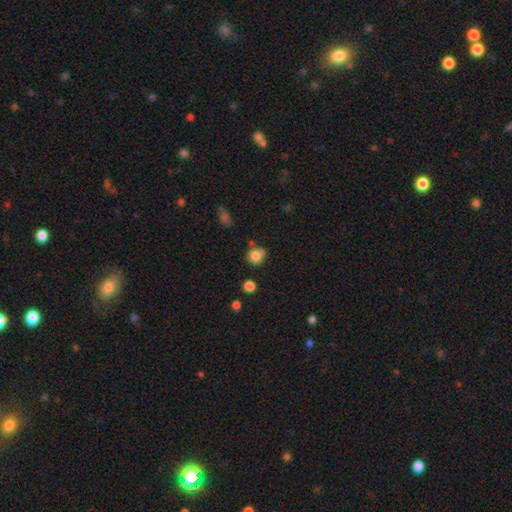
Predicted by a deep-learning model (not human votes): Overall: smooth (81%). How rounded: round (85%). Merging: none (65%).